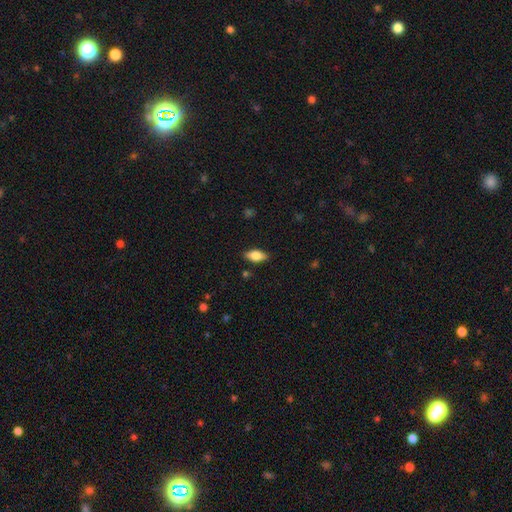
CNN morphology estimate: Smooth or featured: smooth — 73% (featured or disk — 20%)
How rounded: in between — 85% (cigar-shaped — 12%)
Merging: none — 86% (minor disturbance — 10%)